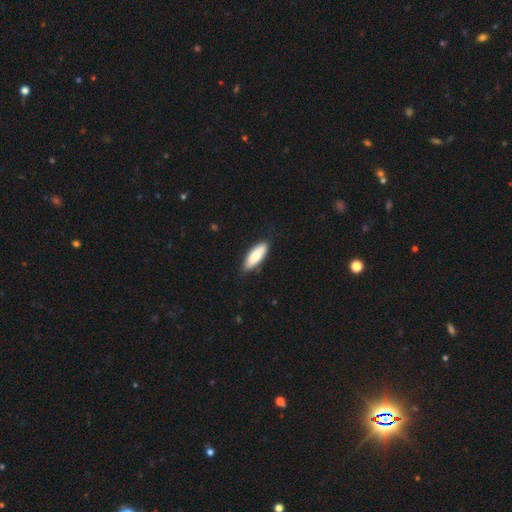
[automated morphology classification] Smooth or featured? smooth (81%)
How rounded? in between (63%)
Merging? none (84%)